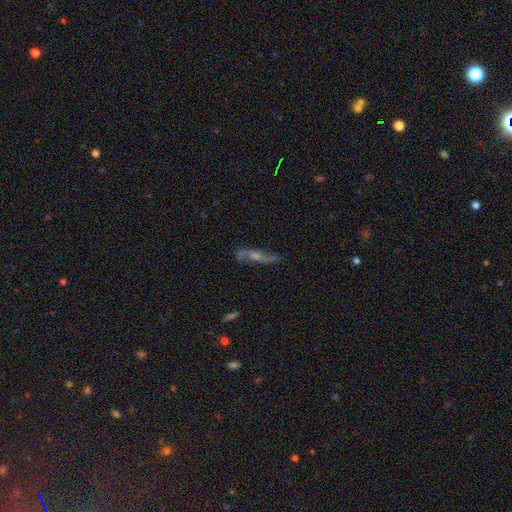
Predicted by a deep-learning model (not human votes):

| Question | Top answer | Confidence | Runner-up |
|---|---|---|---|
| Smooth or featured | featured or disk | 76% | smooth (14%) |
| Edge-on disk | no | 64% | yes (36%) |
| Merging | none | 76% | minor disturbance (15%) |